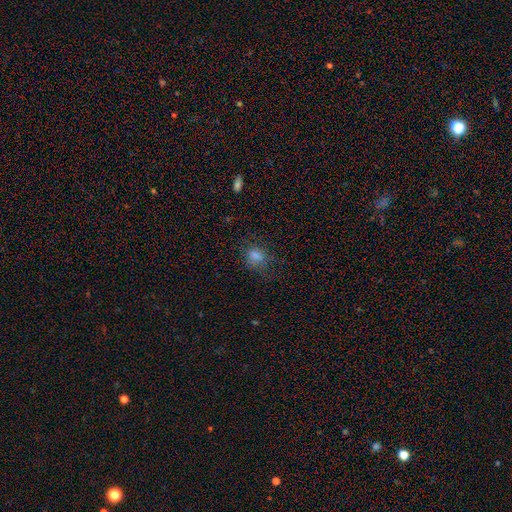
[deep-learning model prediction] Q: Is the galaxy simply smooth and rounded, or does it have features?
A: smooth — 70%.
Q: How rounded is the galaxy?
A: round — 56%.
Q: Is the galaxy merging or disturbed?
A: none — 68%.